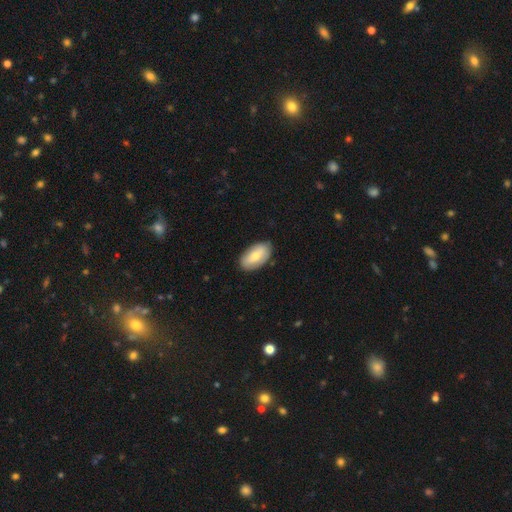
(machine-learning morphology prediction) Smooth or featured?
  - smooth: 69% *
  - featured or disk: 25%
  - star or artifact: 6%
How rounded?
  - in between: 94% *
  - round: 4%
  - cigar-shaped: 3%
Merging?
  - none: 83% *
  - minor disturbance: 14%
  - major disturbance: 3%
  - merger: 1%